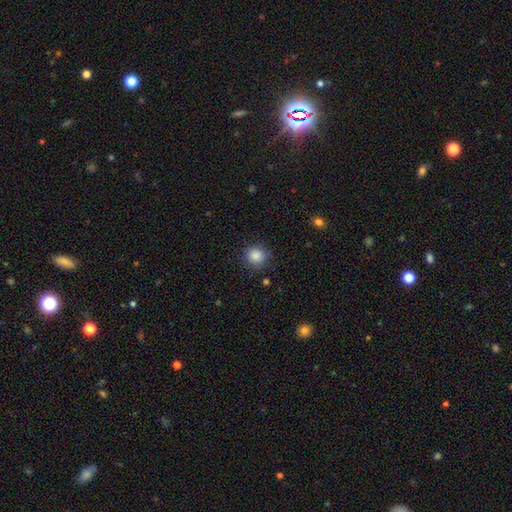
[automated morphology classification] A smooth galaxy with no disk features (86%) that is round (90%).

Vote fractions:
- Smooth or featured? smooth: 86% / star or artifact: 10% / featured or disk: 4%
- How rounded? round: 90% / in between: 9% / cigar-shaped: 1%
- Merging? none: 84% / minor disturbance: 12% / major disturbance: 3% / merger: 1%